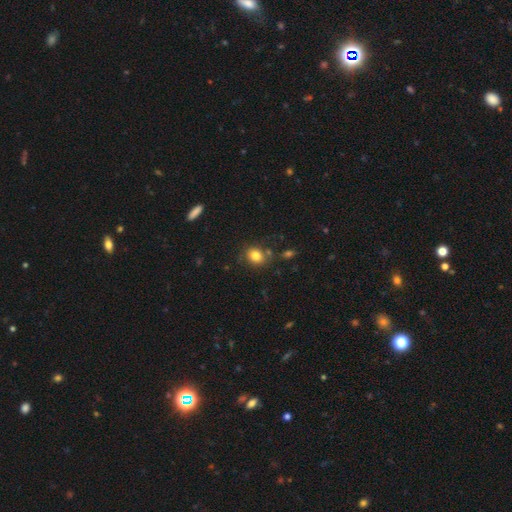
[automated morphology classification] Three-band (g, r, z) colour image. It shows a smooth galaxy with no disk features (82%) that is round (60%). Merging: none (76%).